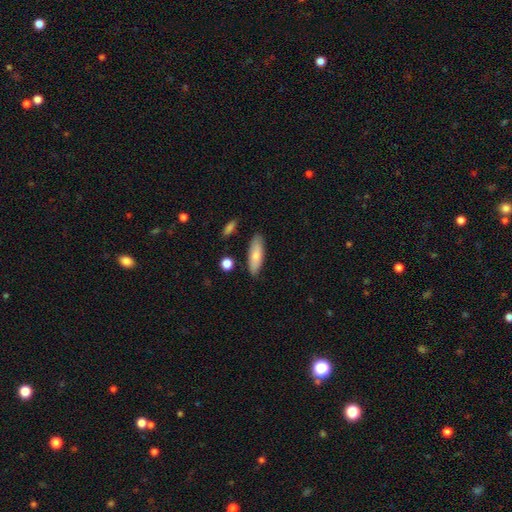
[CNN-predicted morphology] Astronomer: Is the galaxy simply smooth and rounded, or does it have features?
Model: smooth — 78%.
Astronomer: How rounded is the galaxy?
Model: in between — 53% (runner-up: cigar-shaped, 45%).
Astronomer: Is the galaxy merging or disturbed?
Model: none — 85%.